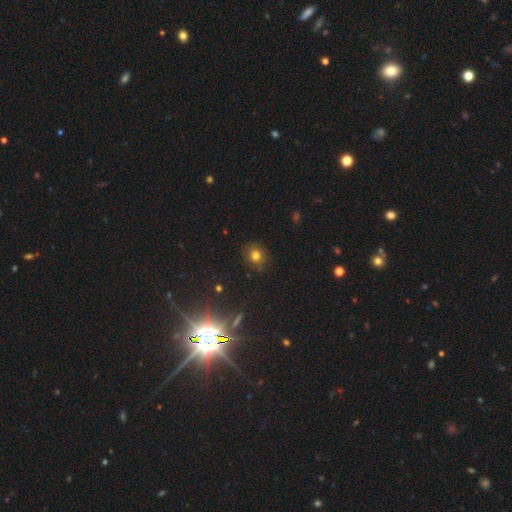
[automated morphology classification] Q: Smooth or featured?
A: smooth (73%); runner-up: star or artifact (19%)
Q: How rounded?
A: round (80%); runner-up: in between (19%)
Q: Merging?
A: none (86%); runner-up: minor disturbance (10%)